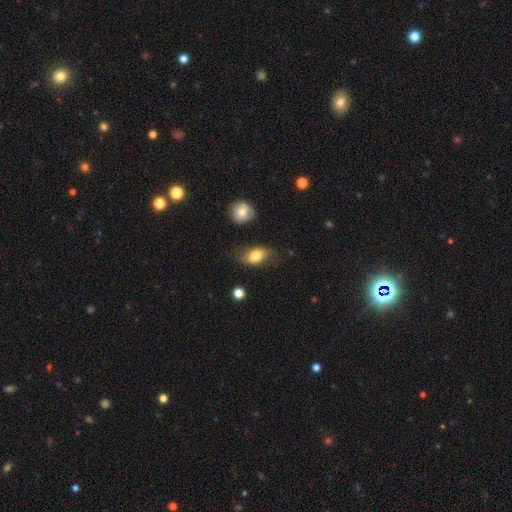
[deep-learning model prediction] Q: Smooth or featured?
A: smooth (75%); runner-up: featured or disk (17%)
Q: How rounded?
A: in between (88%); runner-up: round (9%)
Q: Merging?
A: none (66%); runner-up: minor disturbance (23%)